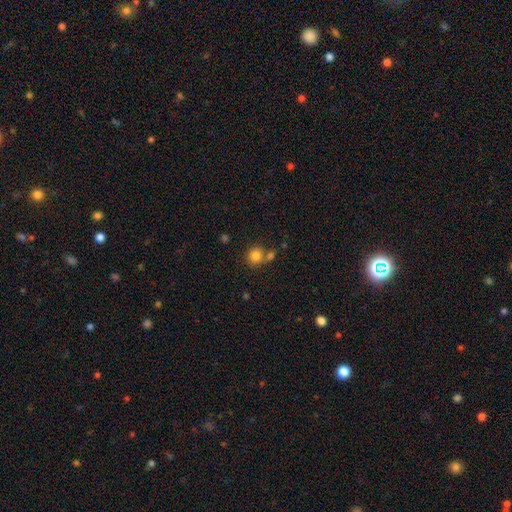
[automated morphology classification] This appears to be a smooth galaxy with no disk features (82%) that is round (82%). Merging: none (61%).